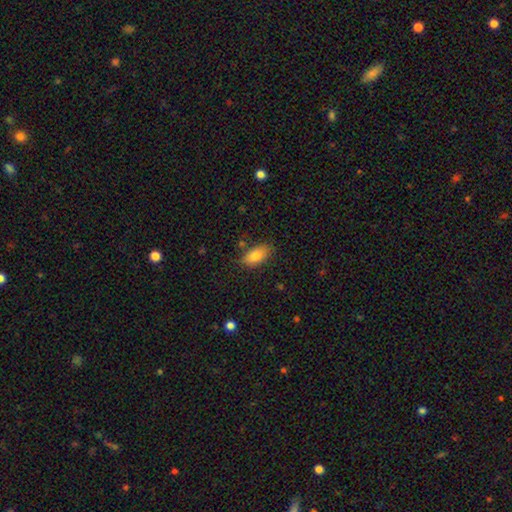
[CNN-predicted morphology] Smooth or featured? smooth (83%)
How rounded? in between (90%)
Merging? none (77%)